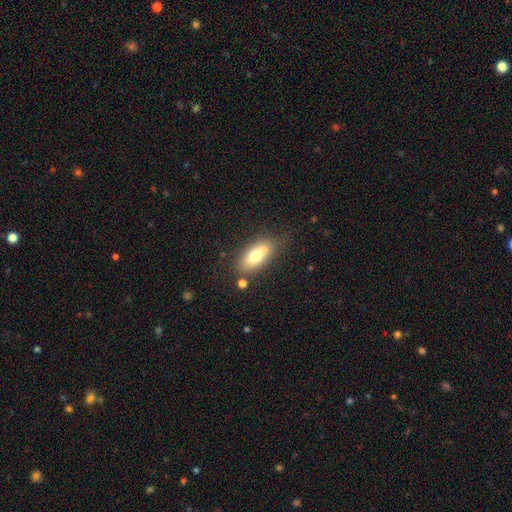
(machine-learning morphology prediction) Smooth or featured?
  - smooth: 71% *
  - featured or disk: 22%
  - star or artifact: 8%
How rounded?
  - in between: 82% *
  - cigar-shaped: 14%
  - round: 4%
Merging?
  - none: 72% *
  - minor disturbance: 16%
  - merger: 7%
  - major disturbance: 5%